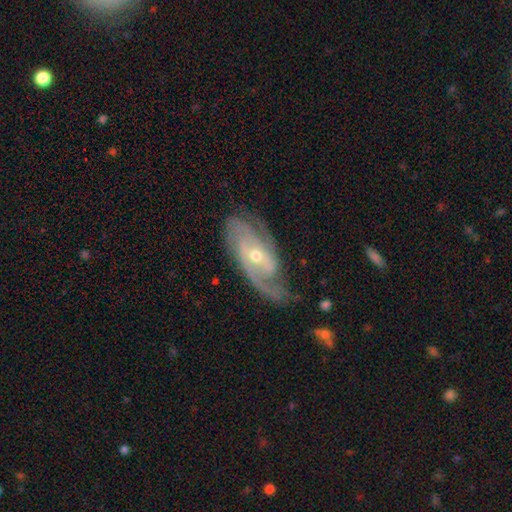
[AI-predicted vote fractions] A featured or disk galaxy (89%) with no bar (52%), 2 (48%) tight (50%) spiral arms (97%) and a moderate central bulge (51%). Merging: none (72%).